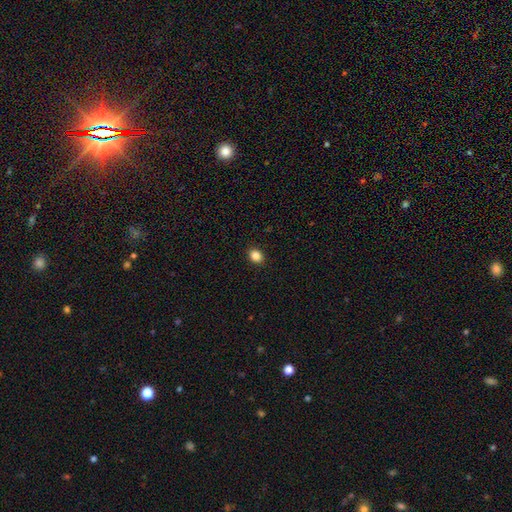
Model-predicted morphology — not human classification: Smooth or featured?
  - smooth: 85% *
  - star or artifact: 10%
  - featured or disk: 4%
How rounded?
  - in between: 60% *
  - round: 39%
  - cigar-shaped: 1%
Merging?
  - none: 91% *
  - minor disturbance: 7%
  - major disturbance: 2%
  - merger: 1%